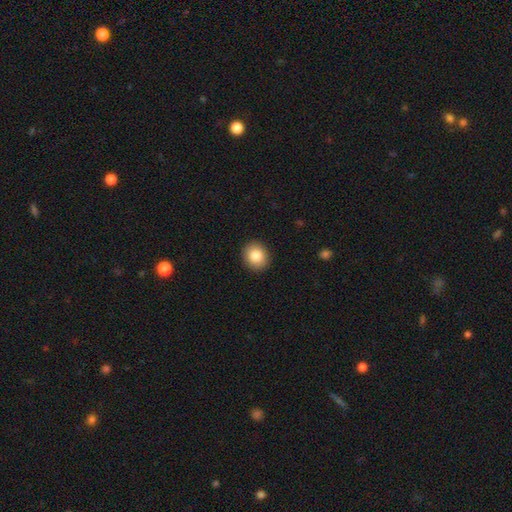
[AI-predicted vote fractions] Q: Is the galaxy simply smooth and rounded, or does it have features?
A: smooth — 84%.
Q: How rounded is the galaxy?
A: round — 75%.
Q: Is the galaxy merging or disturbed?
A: none — 92%.